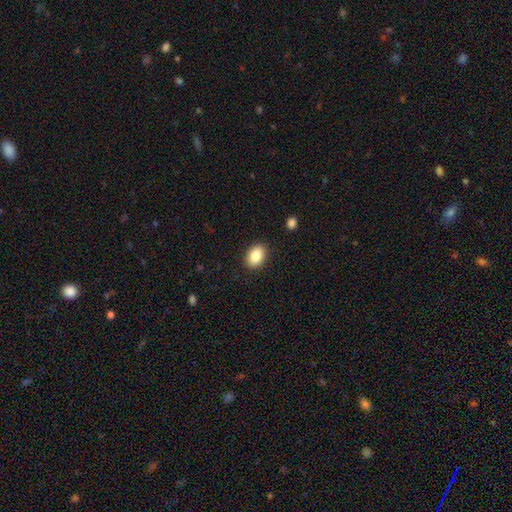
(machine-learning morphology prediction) Smooth or featured: smooth — 86% (star or artifact — 8%)
How rounded: in between — 80% (round — 19%)
Merging: none — 89% (minor disturbance — 8%)